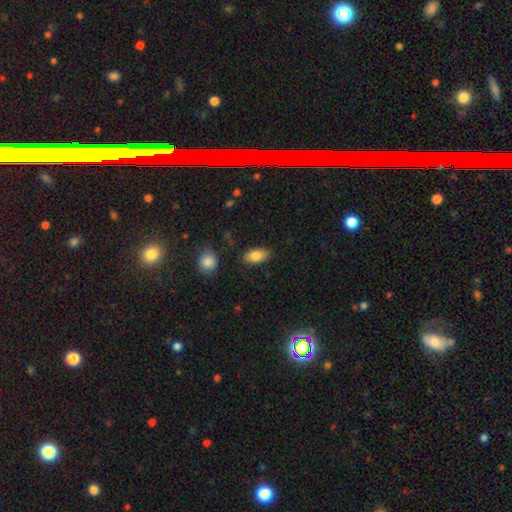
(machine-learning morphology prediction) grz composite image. It shows a smooth galaxy with no disk features (83%) that is in between round and cigar-shaped (92%). Merging: none (85%).